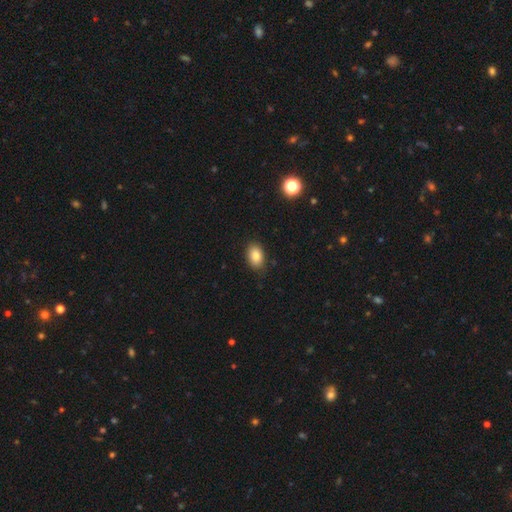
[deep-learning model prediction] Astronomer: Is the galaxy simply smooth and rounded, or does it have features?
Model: smooth — 85%.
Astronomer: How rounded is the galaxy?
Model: in between — 87%.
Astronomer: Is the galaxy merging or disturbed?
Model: none — 85%.